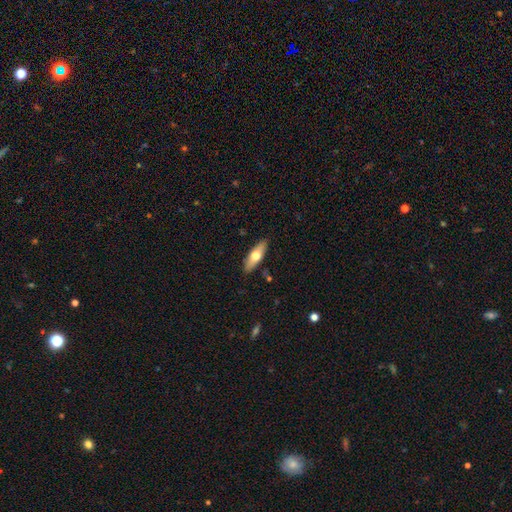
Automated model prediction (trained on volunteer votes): smooth 55%, featured or disk 39%, star or artifact 6%. Down the decision tree: how rounded — in between (52%); merging — none (88%).